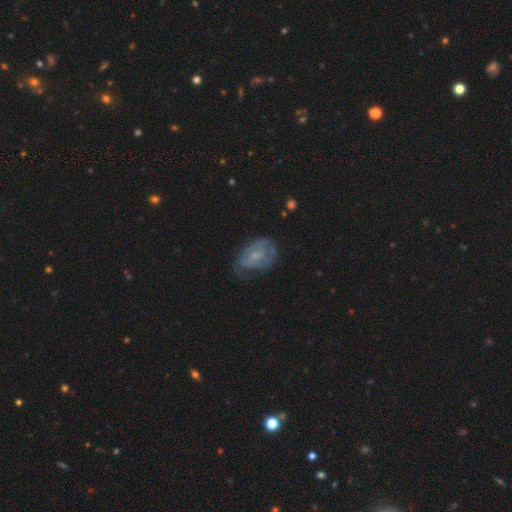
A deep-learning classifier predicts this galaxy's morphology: This is possibly a featured or disk galaxy (52%). It is clearly not viewed edge-on (96%). Merging: possibly none (46%).